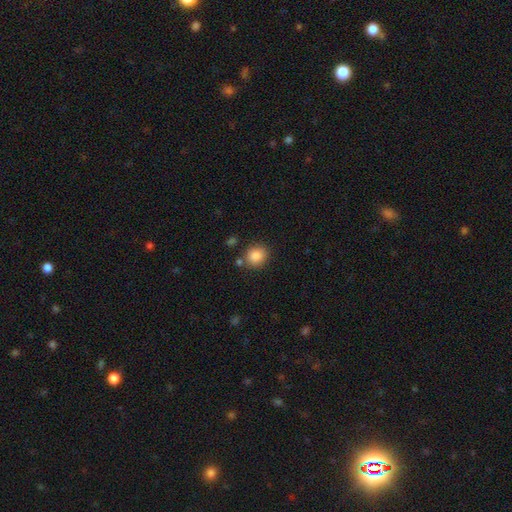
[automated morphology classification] This is clearly a smooth galaxy (87%). How rounded: likely round (78%). Merging: clearly none (80%).